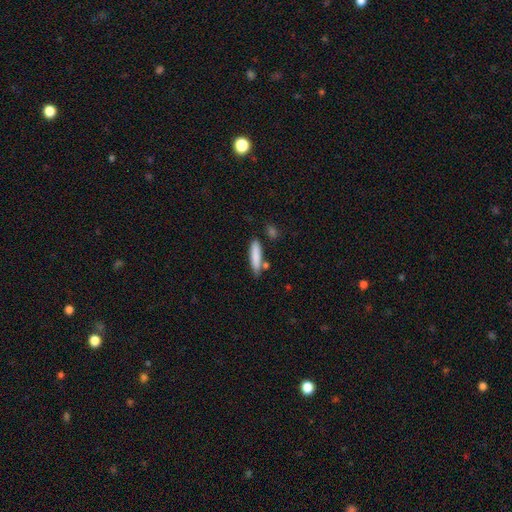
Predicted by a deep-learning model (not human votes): This is clearly a smooth galaxy (84%). How rounded: likely cigar-shaped (74%). Merging: likely none (74%).